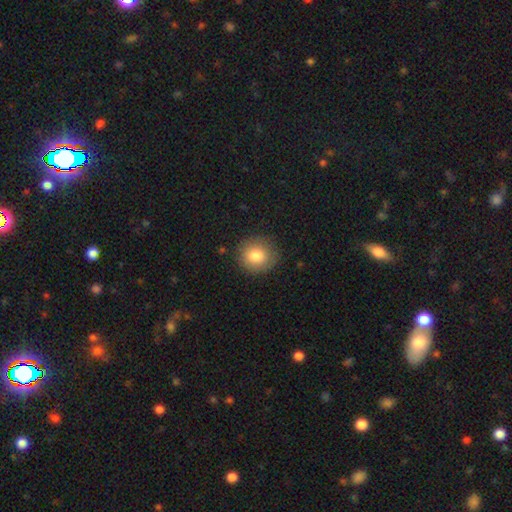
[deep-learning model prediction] Smooth or featured?
  - smooth: 82% *
  - featured or disk: 9%
  - star or artifact: 9%
How rounded?
  - round: 87% *
  - in between: 12%
  - cigar-shaped: 1%
Merging?
  - none: 86% *
  - minor disturbance: 10%
  - major disturbance: 3%
  - merger: 1%